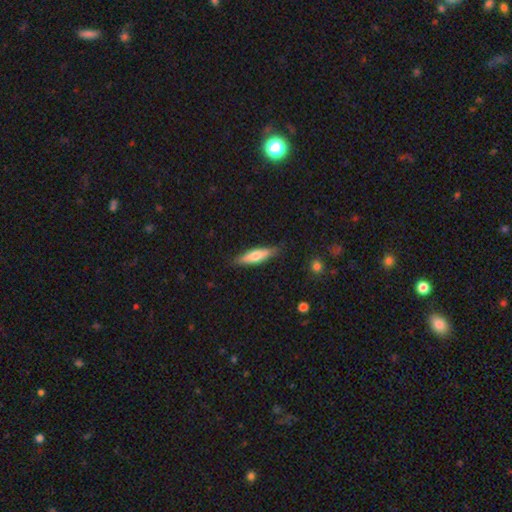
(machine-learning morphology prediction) smooth_or_featured: smooth (p=0.59) [alt: featured or disk p=0.35]
how_rounded: cigar-shaped (p=0.69) [alt: in between p=0.29]
merging: none (p=0.83) [alt: minor disturbance p=0.13]